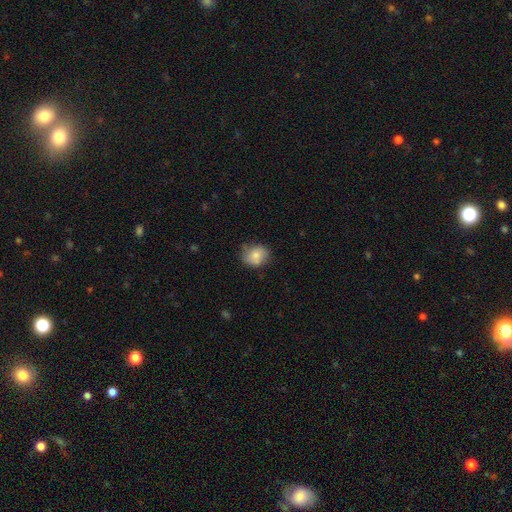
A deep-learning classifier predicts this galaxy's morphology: smooth-or-featured: smooth: 78% | featured or disk: 13% | star or artifact: 8%
  how-rounded: round: 57% | in between: 42% | cigar-shaped: 1%
  merging: none: 69% | minor disturbance: 23% | major disturbance: 5% | merger: 3%